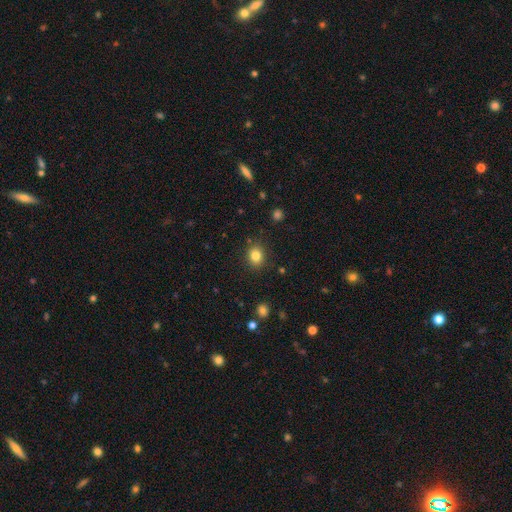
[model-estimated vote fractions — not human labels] Smooth or featured?
  - smooth: 83% *
  - star or artifact: 11%
  - featured or disk: 6%
How rounded?
  - round: 64% *
  - in between: 35%
  - cigar-shaped: 1%
Merging?
  - none: 87% *
  - minor disturbance: 8%
  - major disturbance: 3%
  - merger: 2%